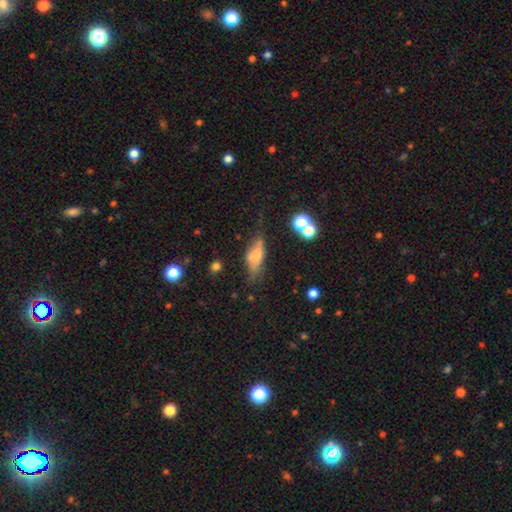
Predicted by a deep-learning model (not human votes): smooth 52%, featured or disk 37%, star or artifact 11%. Down the decision tree: how rounded — in between (59%); merging — none (42%).